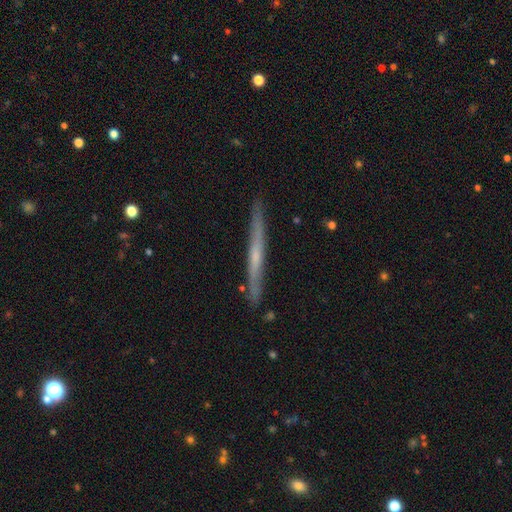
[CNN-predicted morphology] featured or disk 63%, smooth 31%, star or artifact 6%. Down the decision tree: edge-on disk — yes (97%); edge-on bulge — none (62%); merging — none (89%).